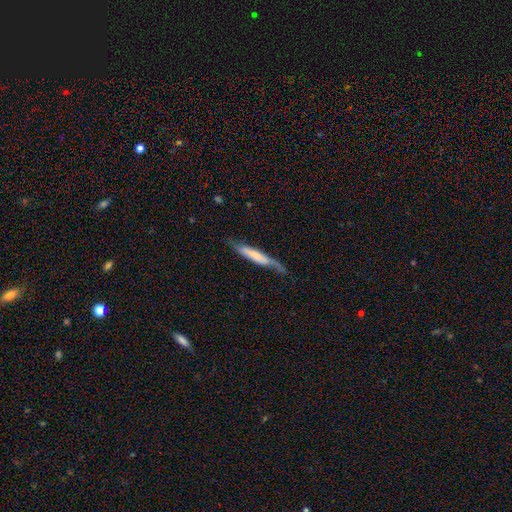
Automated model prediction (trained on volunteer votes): Smooth or featured: smooth — 51% (featured or disk — 44%)
How rounded: cigar-shaped — 91% (in between — 8%)
Merging: none — 60% (minor disturbance — 27%)